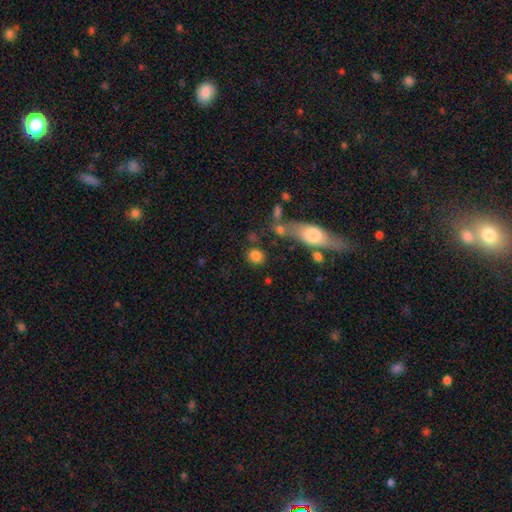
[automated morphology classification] smooth-or-featured: smooth: 84% | star or artifact: 9% | featured or disk: 7%
  how-rounded: round: 74% | in between: 23% | cigar-shaped: 2%
  merging: none: 75% | merger: 11% | minor disturbance: 10% | major disturbance: 5%